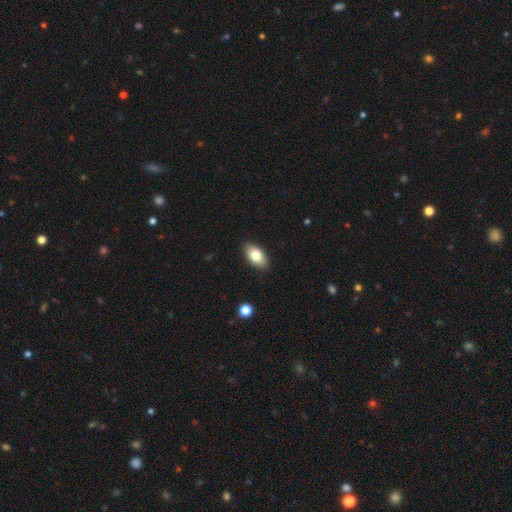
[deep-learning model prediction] A smooth galaxy with no disk features (80%) that is in between round and cigar-shaped (93%).

Vote fractions:
- Smooth or featured? smooth: 80% / featured or disk: 13% / star or artifact: 7%
- How rounded? in between: 93% / round: 5% / cigar-shaped: 3%
- Merging? none: 89% / minor disturbance: 8% / major disturbance: 2% / merger: 1%